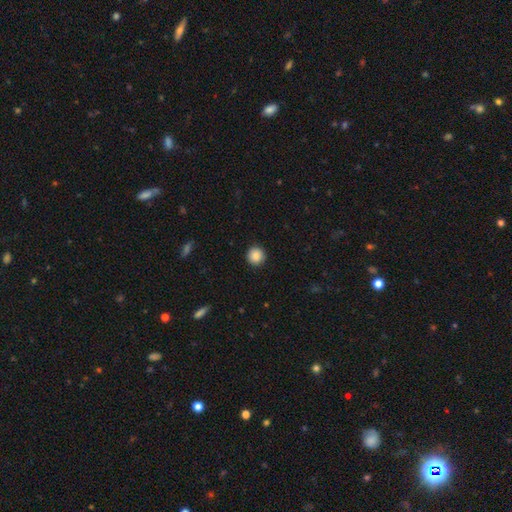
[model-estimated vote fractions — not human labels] This is clearly a smooth galaxy (87%). How rounded: clearly round (95%). Merging: clearly none (92%).